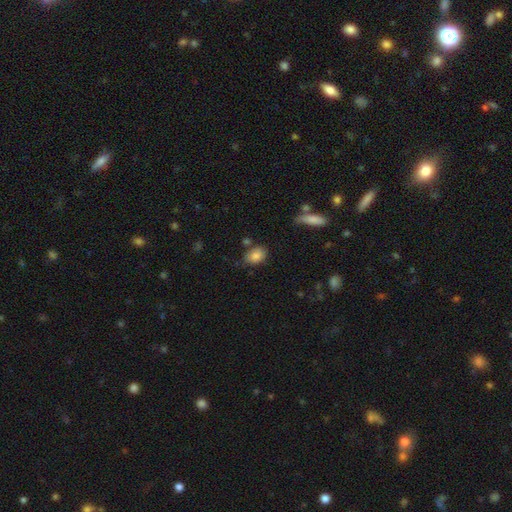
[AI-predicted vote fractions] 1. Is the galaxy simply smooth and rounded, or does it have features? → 83% smooth, 9% featured or disk, 8% star or artifact.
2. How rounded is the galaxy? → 78% in between, 21% round, 2% cigar-shaped.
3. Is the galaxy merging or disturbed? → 70% none, 19% minor disturbance, 6% merger, 4% major disturbance.